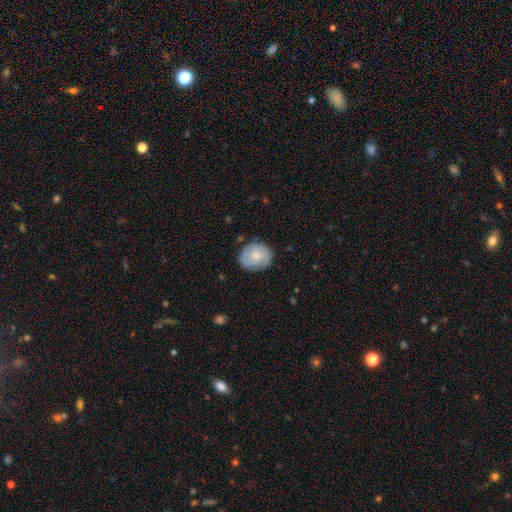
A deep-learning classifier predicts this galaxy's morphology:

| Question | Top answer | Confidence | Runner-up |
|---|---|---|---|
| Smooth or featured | smooth | 54% | featured or disk (39%) |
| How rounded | round | 67% | in between (32%) |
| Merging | none | 77% | minor disturbance (17%) |